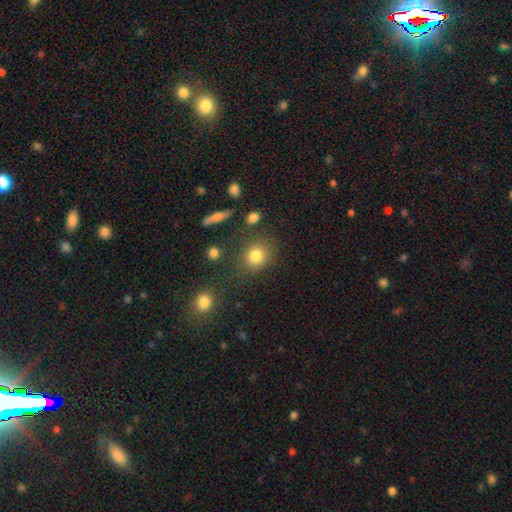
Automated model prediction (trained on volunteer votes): This is clearly a smooth galaxy (81%). How rounded: likely round (73%). Merging: likely none (77%).